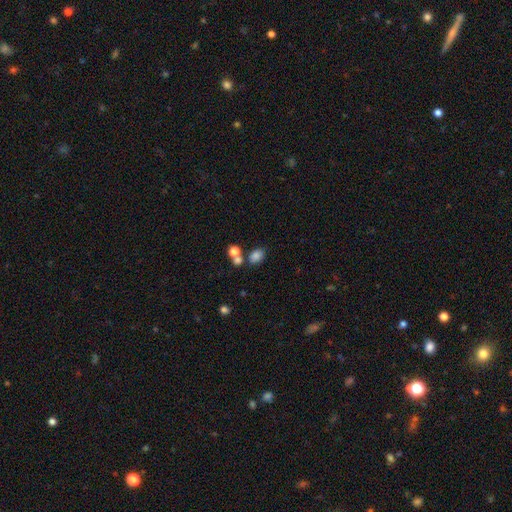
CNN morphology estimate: Smooth or featured: smooth — 80% (star or artifact — 13%)
How rounded: in between — 75% (round — 24%)
Merging: none — 60% (merger — 24%)